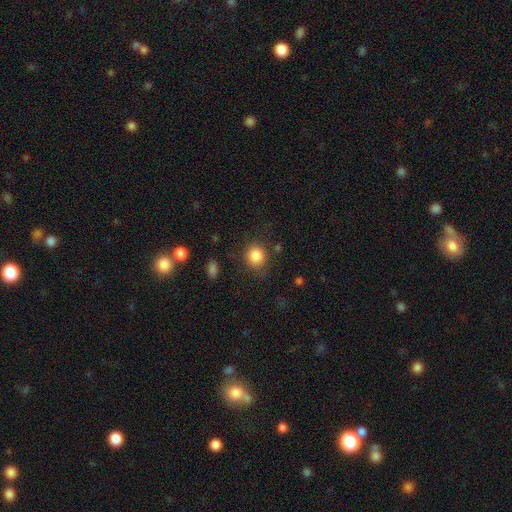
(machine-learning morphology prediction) Overall: smooth (85%). How rounded: round (79%). Merging: none (78%).